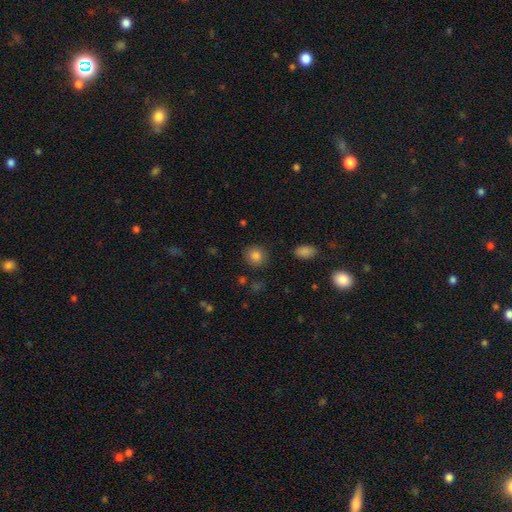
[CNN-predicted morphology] Q: Smooth or featured?
A: smooth (85%); runner-up: star or artifact (10%)
Q: How rounded?
A: round (82%); runner-up: in between (17%)
Q: Merging?
A: none (86%); runner-up: minor disturbance (9%)